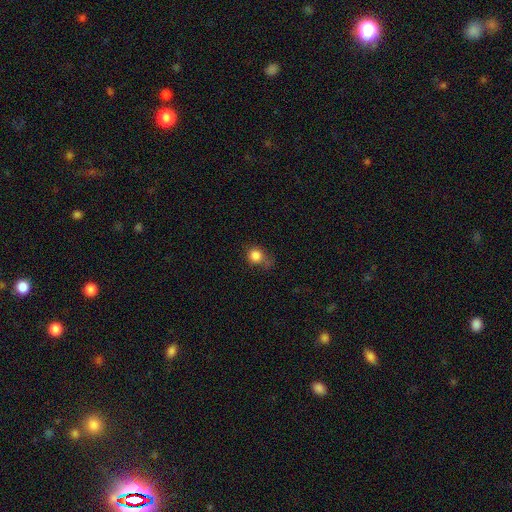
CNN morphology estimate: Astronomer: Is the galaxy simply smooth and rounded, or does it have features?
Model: smooth — 83%.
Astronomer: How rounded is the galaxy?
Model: round — 82%.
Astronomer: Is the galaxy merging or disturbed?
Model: none — 53% (runner-up: minor disturbance, 29%).